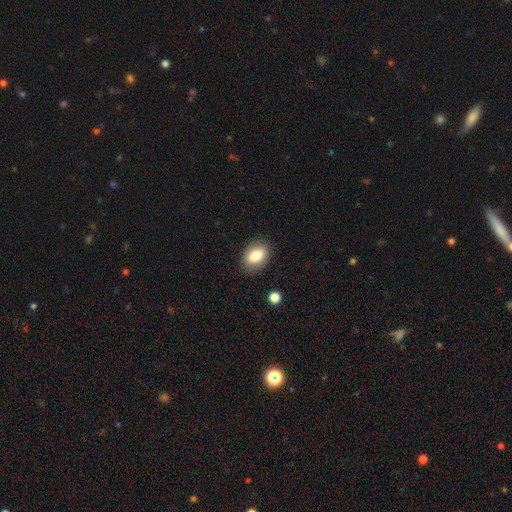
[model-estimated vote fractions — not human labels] Smooth or featured?
  - smooth: 82% *
  - featured or disk: 10%
  - star or artifact: 8%
How rounded?
  - in between: 81% *
  - round: 18%
  - cigar-shaped: 1%
Merging?
  - none: 85% *
  - minor disturbance: 11%
  - major disturbance: 3%
  - merger: 1%